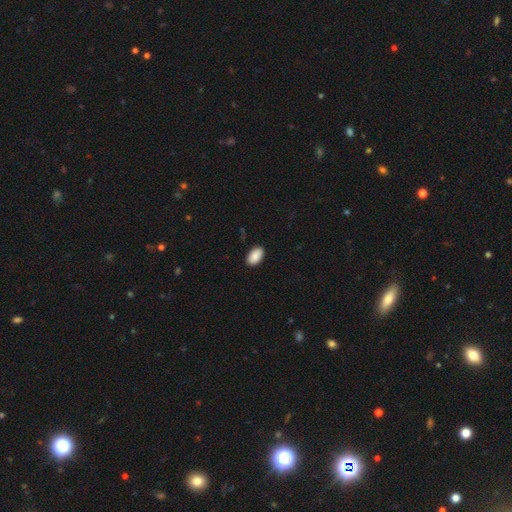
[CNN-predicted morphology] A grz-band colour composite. It shows a smooth galaxy with no disk features (90%) that is in between round and cigar-shaped (94%). Merging: none (89%).